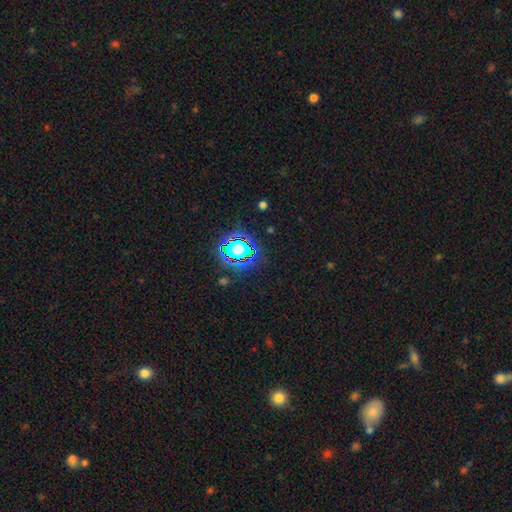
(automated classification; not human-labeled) A star or artifact, not a galaxy (79%).